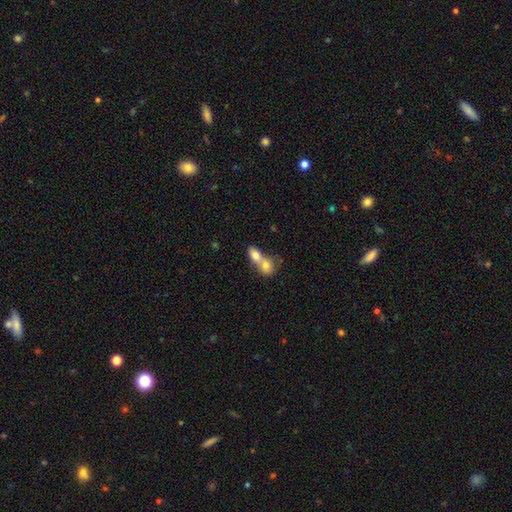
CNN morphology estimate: Overall: smooth (76%). How rounded: in between (73%). Merging: merger (78%).